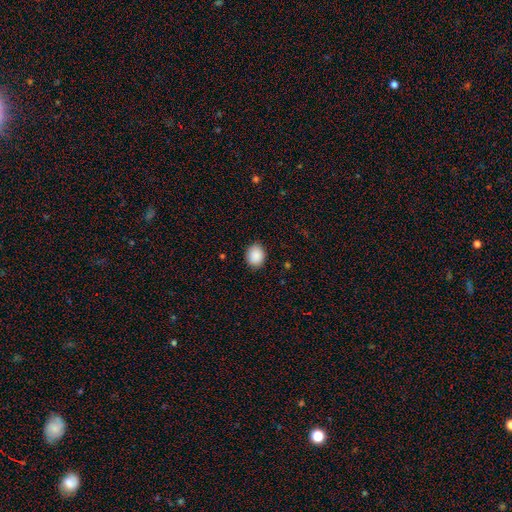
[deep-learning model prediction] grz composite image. It shows a smooth galaxy with no disk features (90%) that is round (53%). Merging: none (87%).